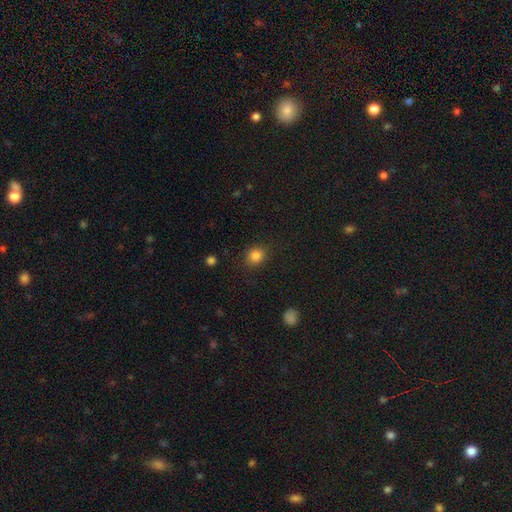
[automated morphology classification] A smooth galaxy with no disk features (84%) that is round (77%). Merging: none (87%).